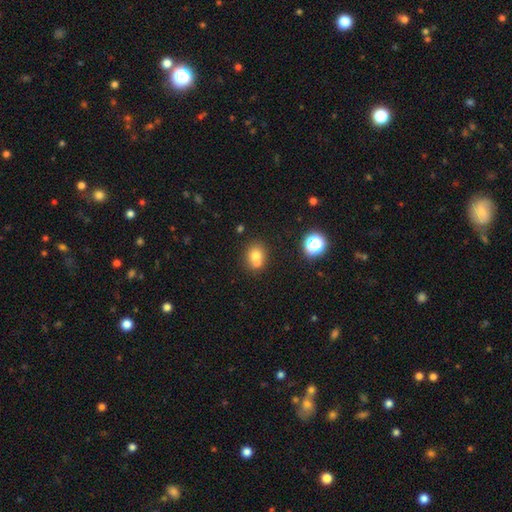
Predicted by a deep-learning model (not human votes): Q: Smooth or featured?
A: smooth (70%); runner-up: star or artifact (15%)
Q: How rounded?
A: round (74%); runner-up: in between (25%)
Q: Merging?
A: none (45%); runner-up: merger (44%)